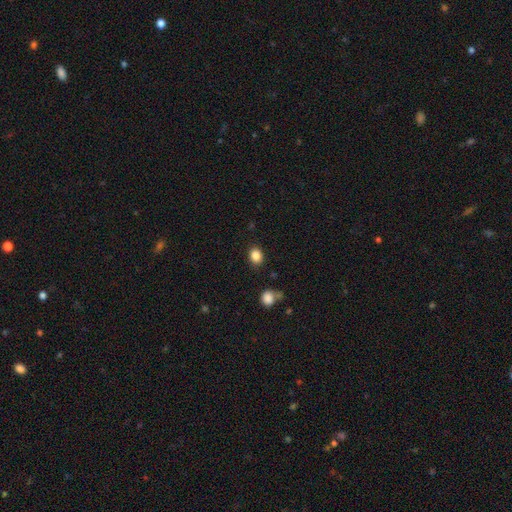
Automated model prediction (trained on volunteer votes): A smooth galaxy with no disk features (86%) that is in between round and cigar-shaped (53%).

Vote fractions:
- Smooth or featured? smooth: 86% / star or artifact: 10% / featured or disk: 4%
- How rounded? in between: 53% / round: 46% / cigar-shaped: 1%
- Merging? none: 85% / minor disturbance: 9% / major disturbance: 3% / merger: 2%